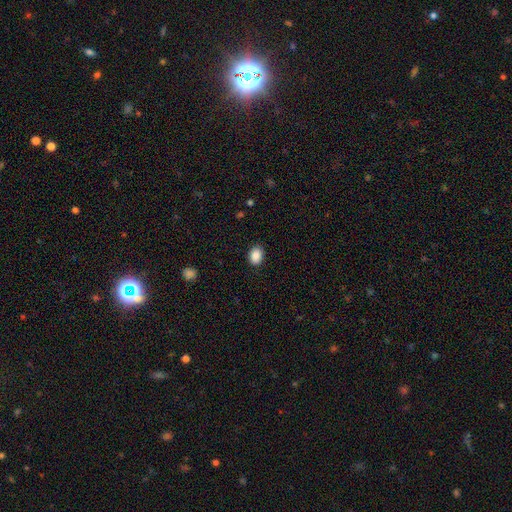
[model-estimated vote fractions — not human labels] smooth-or-featured: smooth: 89% | star or artifact: 8% | featured or disk: 3%
  how-rounded: in between: 66% | round: 33% | cigar-shaped: 1%
  merging: none: 87% | minor disturbance: 9% | major disturbance: 2% | merger: 1%